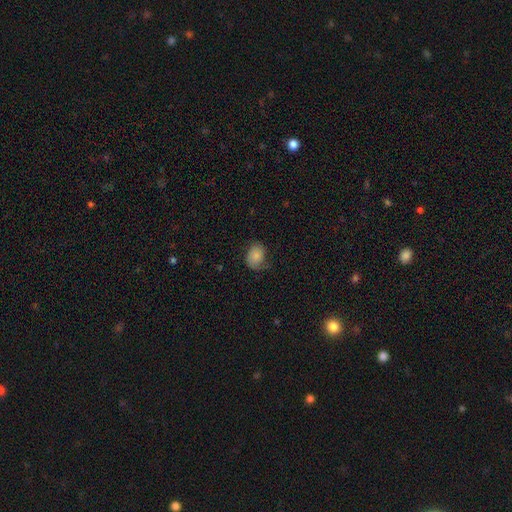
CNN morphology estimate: A smooth galaxy with no disk features (70%) that is in between round and cigar-shaped (62%).

Vote fractions:
- Smooth or featured? smooth: 70% / featured or disk: 22% / star or artifact: 8%
- How rounded? in between: 62% / round: 37% / cigar-shaped: 1%
- Merging? none: 54% / minor disturbance: 29% / major disturbance: 15% / merger: 1%